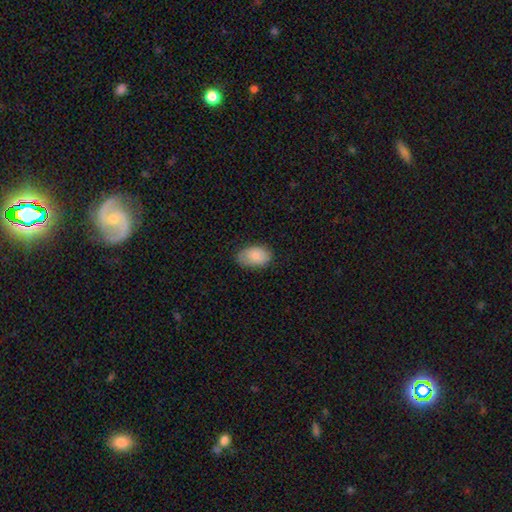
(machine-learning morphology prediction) Overall: smooth (84%). How rounded: in between (90%). Merging: none (77%).